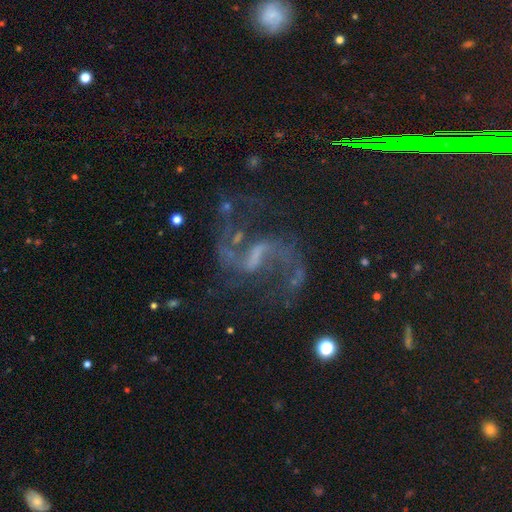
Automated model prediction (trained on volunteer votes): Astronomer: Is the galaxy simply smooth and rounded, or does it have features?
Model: featured or disk — 84%.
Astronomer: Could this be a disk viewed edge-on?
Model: no — 97%.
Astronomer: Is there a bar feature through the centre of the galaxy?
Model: weak — 46% (runner-up: strong, 40%).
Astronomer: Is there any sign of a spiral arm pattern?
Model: yes — 95%.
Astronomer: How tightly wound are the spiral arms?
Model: loose — 64%.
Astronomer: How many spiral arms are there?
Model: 2 — 92%.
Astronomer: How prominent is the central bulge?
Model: none — 56%.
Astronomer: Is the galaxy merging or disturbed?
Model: none — 66%.